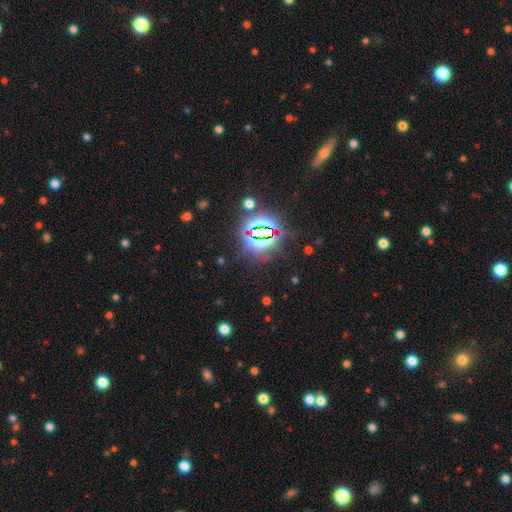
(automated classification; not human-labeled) Smooth or featured: star or artifact — 82% (smooth — 10%)